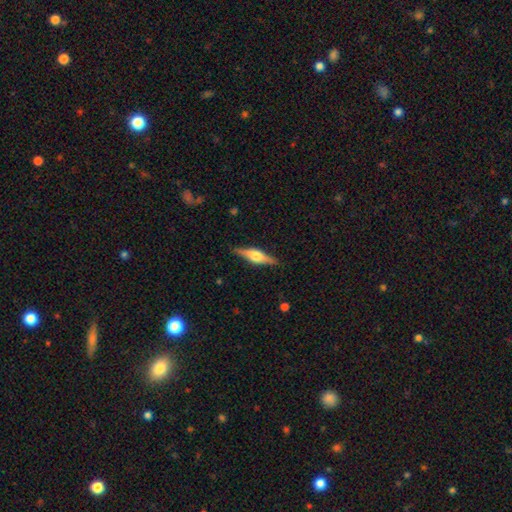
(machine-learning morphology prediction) This appears to be a featured or disk galaxy (71%) viewed edge-on (97%) with a rounded central bulge (89%). Merging: none (89%).